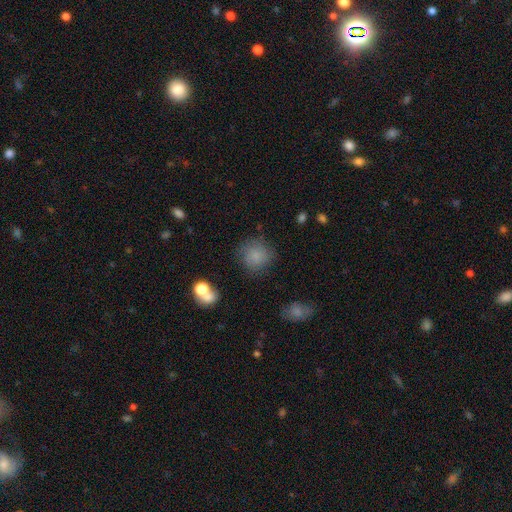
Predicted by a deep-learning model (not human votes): Smooth or featured: smooth — 79% (star or artifact — 11%)
How rounded: round — 88% (in between — 11%)
Merging: none — 74% (minor disturbance — 16%)